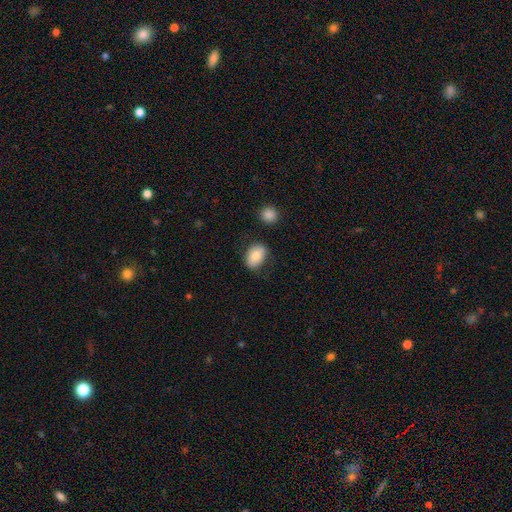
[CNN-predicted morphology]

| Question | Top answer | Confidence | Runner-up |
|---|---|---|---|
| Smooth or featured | smooth | 80% | featured or disk (12%) |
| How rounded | in between | 82% | round (17%) |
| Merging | none | 74% | minor disturbance (17%) |